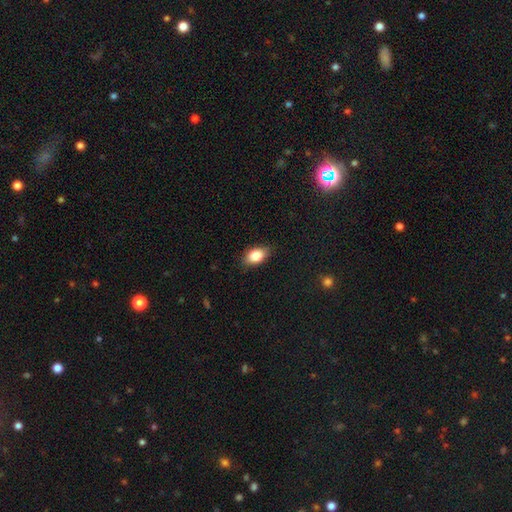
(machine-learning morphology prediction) smooth_or_featured: smooth (p=0.84) [alt: featured or disk p=0.08]
how_rounded: in between (p=0.88) [alt: round p=0.09]
merging: none (p=0.84) [alt: minor disturbance p=0.12]